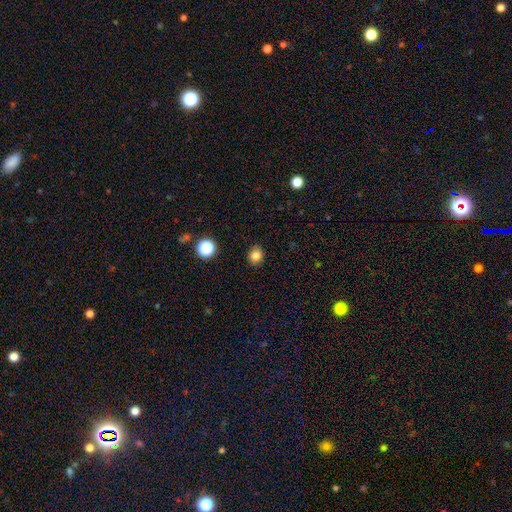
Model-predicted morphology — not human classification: Smooth or featured: smooth — 82% (star or artifact — 13%)
How rounded: round — 80% (in between — 19%)
Merging: none — 89% (minor disturbance — 8%)